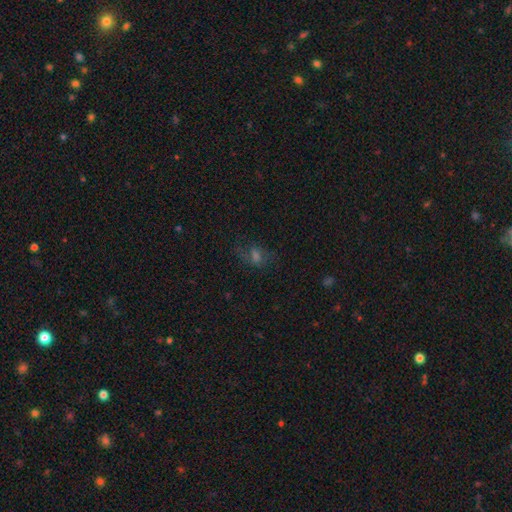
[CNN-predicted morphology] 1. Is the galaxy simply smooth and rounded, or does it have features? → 37% smooth, 32% featured or disk, 31% star or artifact.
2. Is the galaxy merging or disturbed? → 60% none, 19% minor disturbance, 18% major disturbance, 2% merger.